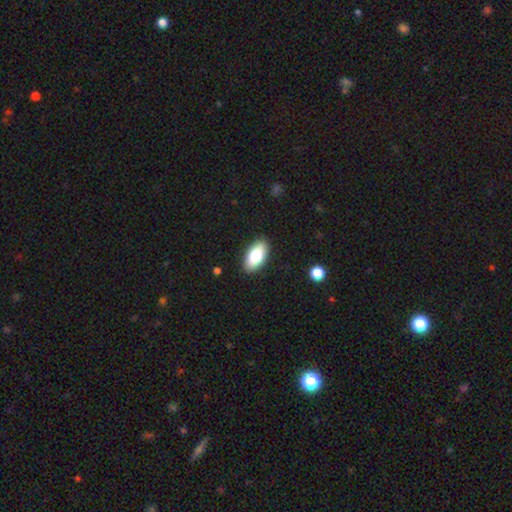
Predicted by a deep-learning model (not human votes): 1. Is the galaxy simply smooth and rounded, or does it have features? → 82% smooth, 11% featured or disk, 6% star or artifact.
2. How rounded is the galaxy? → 94% in between, 3% cigar-shaped, 3% round.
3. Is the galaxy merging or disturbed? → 89% none, 8% minor disturbance, 2% major disturbance, 1% merger.